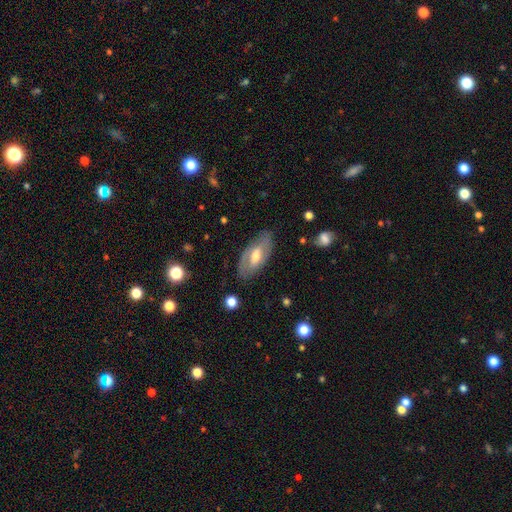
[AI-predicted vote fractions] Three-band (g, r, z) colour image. It shows a featured or disk galaxy (58%). Merging: none (79%).